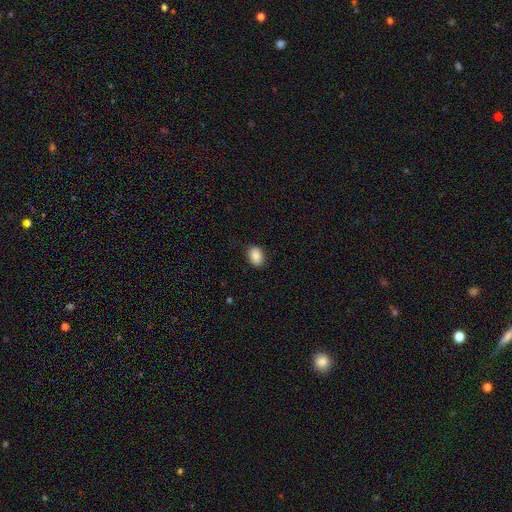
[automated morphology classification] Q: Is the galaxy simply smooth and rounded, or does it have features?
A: smooth — 85%.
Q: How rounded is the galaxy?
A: in between — 76%.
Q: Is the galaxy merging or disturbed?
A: none — 86%.